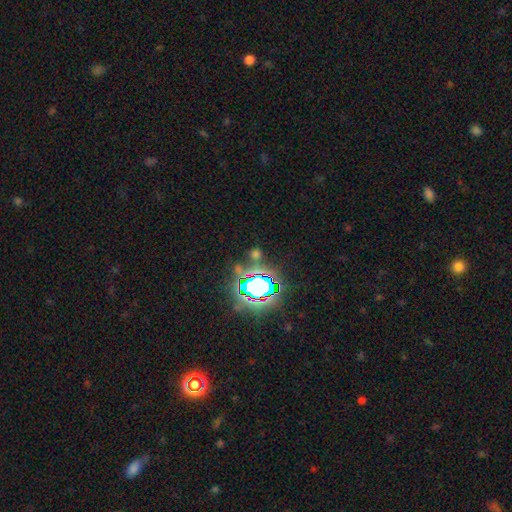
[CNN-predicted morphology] Smooth or featured: star or artifact — 60% (smooth — 30%)